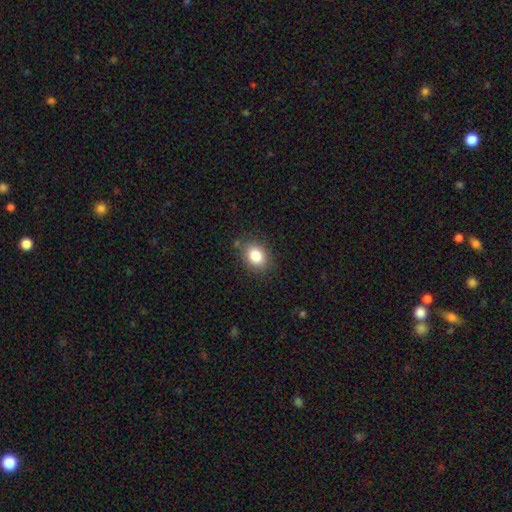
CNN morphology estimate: Overall: smooth (82%). How rounded: in between (57%; round 42%). Merging: none (83%).